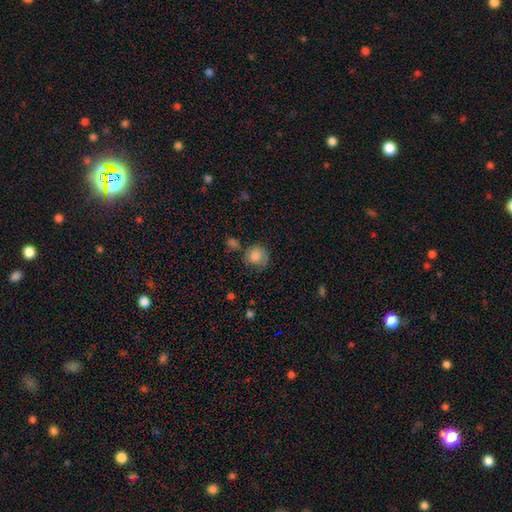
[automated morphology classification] Smooth or featured? Predicted: smooth (p=0.82). How rounded? Predicted: round (p=0.86). Merging? Predicted: none (p=0.62).